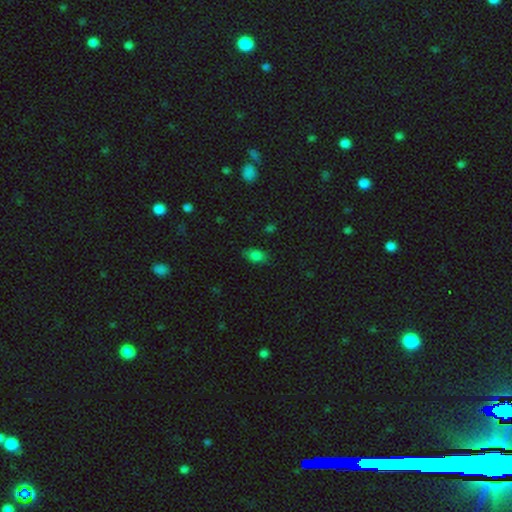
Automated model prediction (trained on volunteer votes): Smooth or featured? Predicted: smooth (p=0.80). How rounded? Predicted: in between (p=0.88). Merging? Predicted: none (p=0.79).